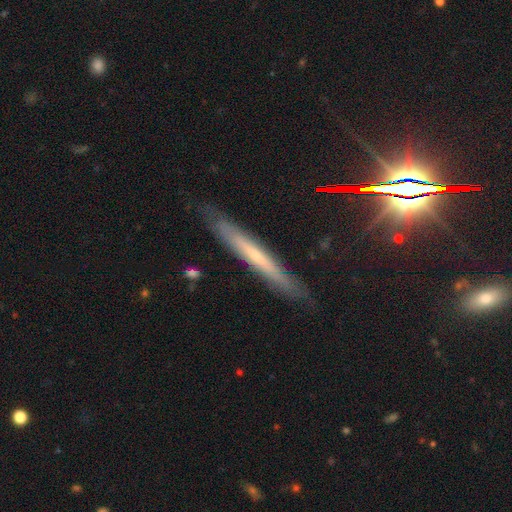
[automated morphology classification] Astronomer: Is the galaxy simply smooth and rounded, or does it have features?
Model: featured or disk — 54% (runner-up: smooth, 36%).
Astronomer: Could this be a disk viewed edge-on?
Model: yes — 88%.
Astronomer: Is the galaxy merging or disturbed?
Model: none — 84%.